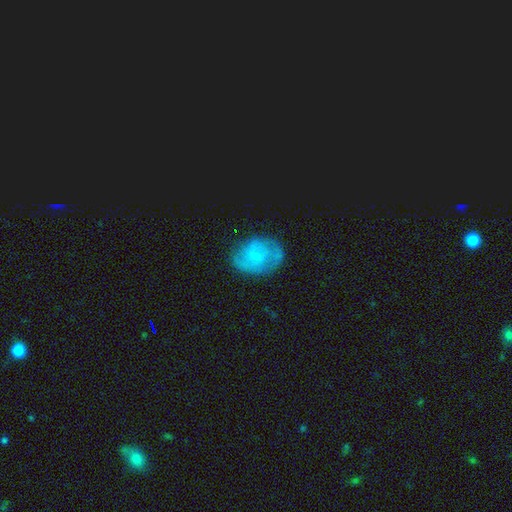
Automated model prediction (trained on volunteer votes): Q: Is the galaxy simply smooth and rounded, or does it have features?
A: smooth — 46%.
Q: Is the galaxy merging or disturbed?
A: none — 63%.